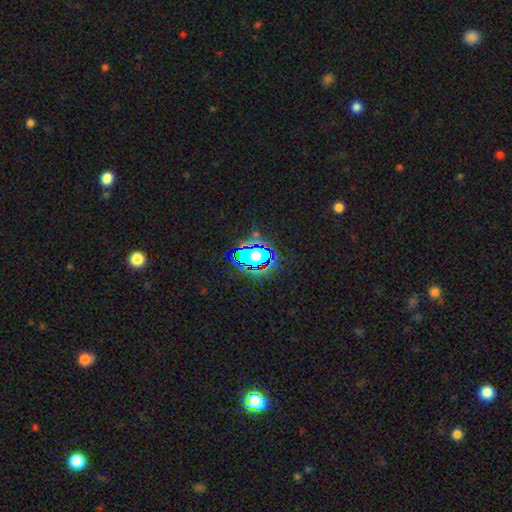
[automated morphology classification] A star or artifact, not a galaxy (51%).

Vote fractions:
- Smooth or featured? star or artifact: 51% / smooth: 34% / featured or disk: 16%